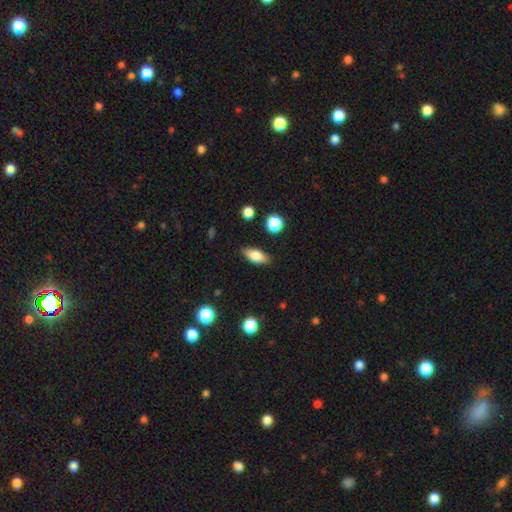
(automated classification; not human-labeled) Morphology: type=smooth (76%); roundness=in between (81%); merging=none (85%).